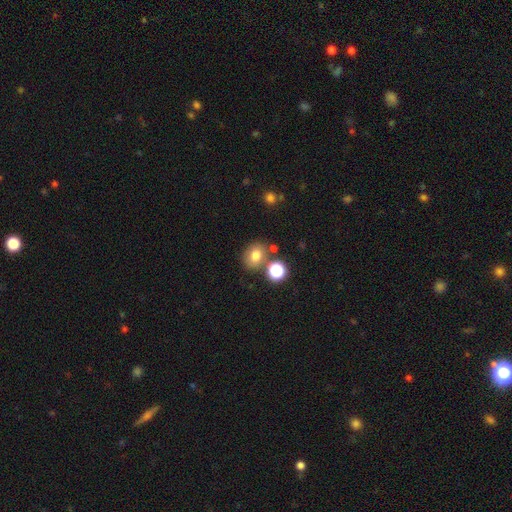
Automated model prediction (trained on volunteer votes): Smooth or featured? Predicted: smooth (p=0.74). How rounded? Predicted: round (p=0.52). Merging? Predicted: none (p=0.68).